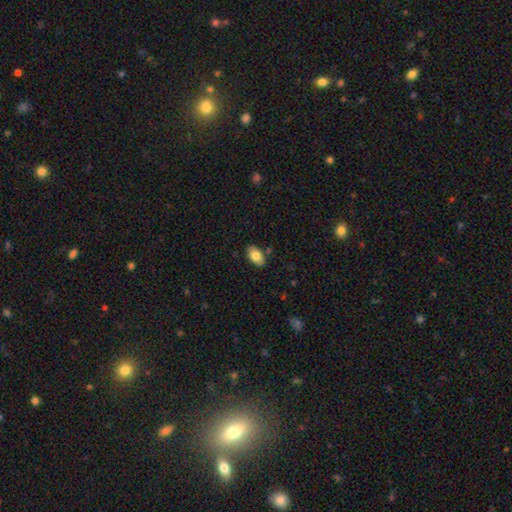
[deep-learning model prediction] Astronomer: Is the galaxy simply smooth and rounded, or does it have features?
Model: smooth — 81%.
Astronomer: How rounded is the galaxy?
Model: in between — 94%.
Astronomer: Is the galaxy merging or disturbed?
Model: none — 85%.